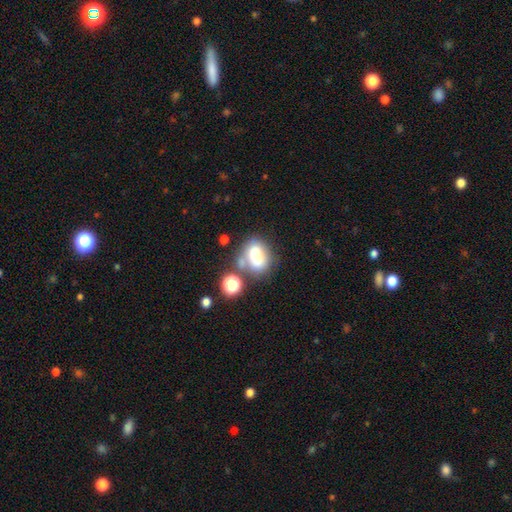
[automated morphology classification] Q: Smooth or featured?
A: smooth (68%); runner-up: featured or disk (20%)
Q: How rounded?
A: in between (63%); runner-up: round (35%)
Q: Merging?
A: none (52%); runner-up: merger (24%)